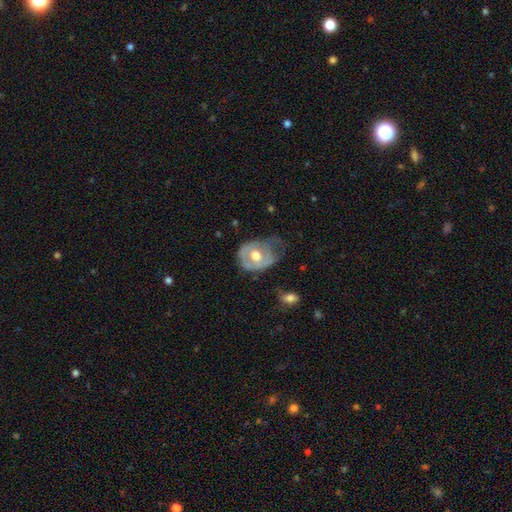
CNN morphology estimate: A featured or disk galaxy (57%) with no bar (80%), no spiral arms (57%) and a moderate central bulge (68%).

Vote fractions:
- Smooth or featured? featured or disk: 57% / smooth: 37% / star or artifact: 6%
- Edge-on disk? no: 96% / yes: 4%
- Bar? no: 80% / weak: 17% / strong: 4%
- Spiral arms? no: 57% / yes: 43%
- Bulge size? moderate: 68% / large: 22% / small: 7% / dominant: 1% / none: 1%
- Merging? major disturbance: 35% (tied) / minor disturbance: 35% (tied) / none: 28% / merger: 2%